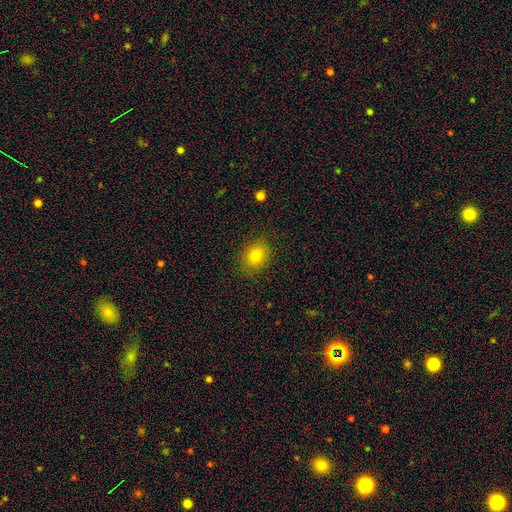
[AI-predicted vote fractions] Smooth or featured?
  - smooth: 80% *
  - star or artifact: 11%
  - featured or disk: 9%
How rounded?
  - round: 53% *
  - in between: 46%
  - cigar-shaped: 1%
Merging?
  - none: 84% *
  - minor disturbance: 12%
  - major disturbance: 3%
  - merger: 1%